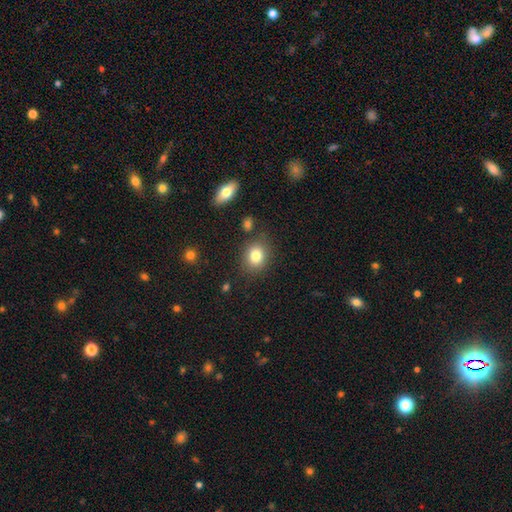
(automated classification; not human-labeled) Smooth or featured? smooth (81%)
How rounded? round (55%)
Merging? none (80%)